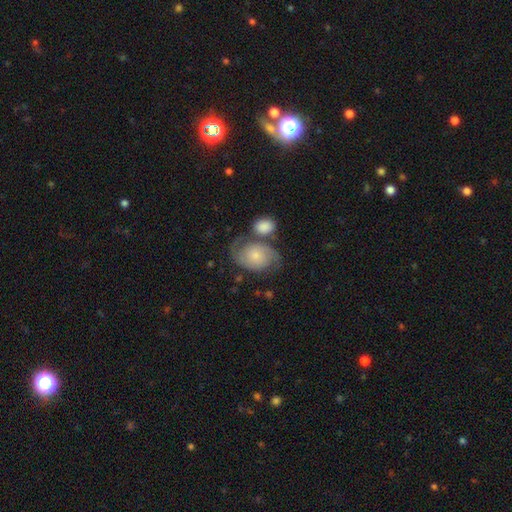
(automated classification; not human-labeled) smooth-or-featured: featured or disk: 67% | smooth: 26% | star or artifact: 6%
  disk-edge-on: no: 97% | yes: 3%
    bar: no: 74% | weak: 23% | strong: 4%
    has-spiral-arms: yes: 92% | no: 8%
      spiral-winding: medium: 47% | tight: 31% | loose: 22%
      spiral-arm-count: 2: 88% | can't tell: 6% | 1: 2% | 3: 2% | 4: 1% | more than 4: 1%
    bulge-size: small: 61% | moderate: 27% | none: 5% | large: 5% | dominant: 2%
  merging: none: 53% | merger: 21% | minor disturbance: 18% | major disturbance: 9%